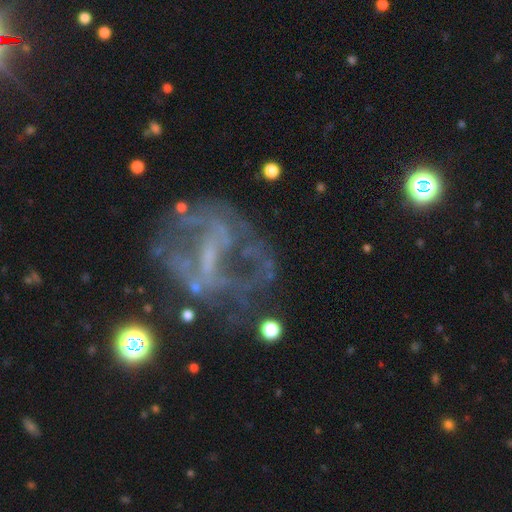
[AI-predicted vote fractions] smooth_or_featured: featured or disk (p=0.73) [alt: star or artifact p=0.16]
disk_edge_on: no (p=0.96) [alt: yes p=0.04]
bar: no (p=0.36) [alt: weak p=0.34]
has_spiral_arms: no (p=0.54) [alt: yes p=0.46]
bulge_size: none (p=0.56) [alt: small p=0.30]
merging: none (p=0.50) [alt: major disturbance p=0.28]